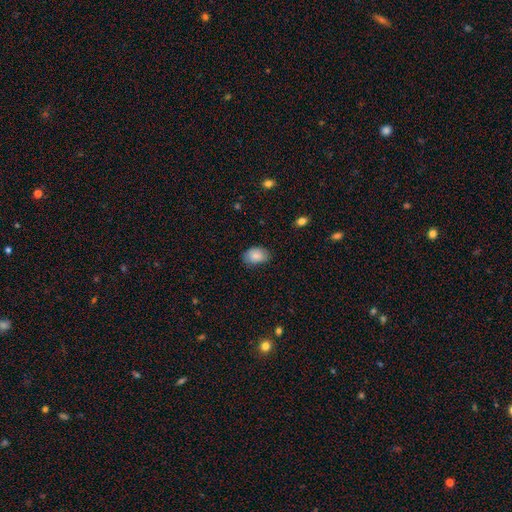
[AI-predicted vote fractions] Smooth or featured?
  - smooth: 85% *
  - featured or disk: 7%
  - star or artifact: 7%
How rounded?
  - in between: 82% *
  - round: 17%
  - cigar-shaped: 1%
Merging?
  - none: 76% *
  - minor disturbance: 20%
  - major disturbance: 4%
  - merger: 1%